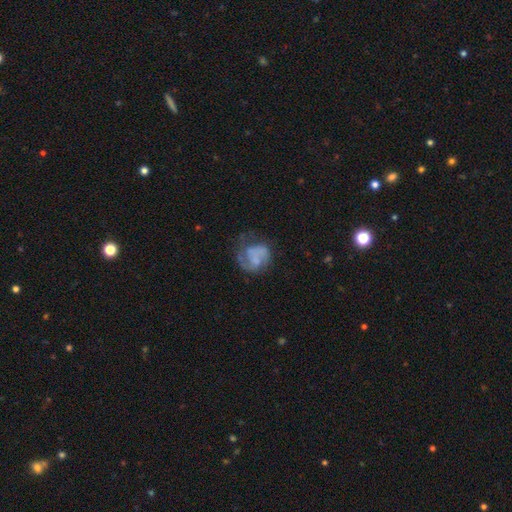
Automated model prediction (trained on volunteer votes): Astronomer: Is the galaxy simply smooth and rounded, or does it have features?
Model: featured or disk — 60%.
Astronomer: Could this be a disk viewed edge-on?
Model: no — 98%.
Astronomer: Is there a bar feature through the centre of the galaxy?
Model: no — 69%.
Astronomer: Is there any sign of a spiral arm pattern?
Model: yes — 74%.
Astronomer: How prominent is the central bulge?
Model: none — 53%.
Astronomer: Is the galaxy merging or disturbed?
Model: none — 46% (runner-up: major disturbance, 27%).